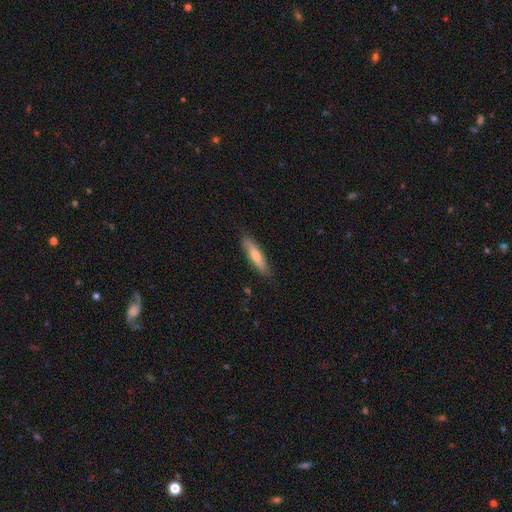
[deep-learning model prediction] Smooth or featured?
  - smooth: 58% *
  - featured or disk: 36%
  - star or artifact: 6%
How rounded?
  - cigar-shaped: 83% *
  - in between: 15%
  - round: 2%
Merging?
  - none: 85% *
  - minor disturbance: 12%
  - major disturbance: 2%
  - merger: 1%